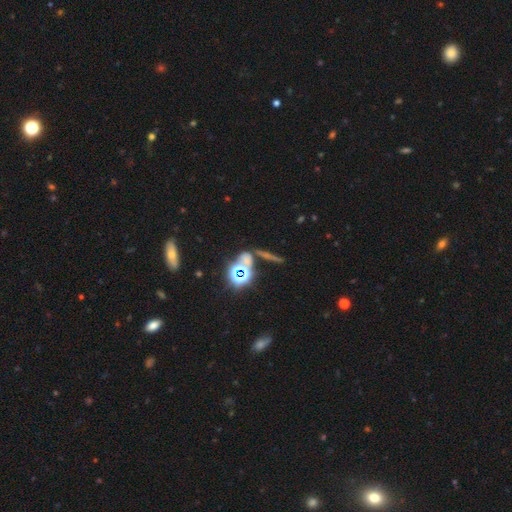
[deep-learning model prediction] Smooth or featured?
  - star or artifact: 53% *
  - smooth: 27%
  - featured or disk: 20%